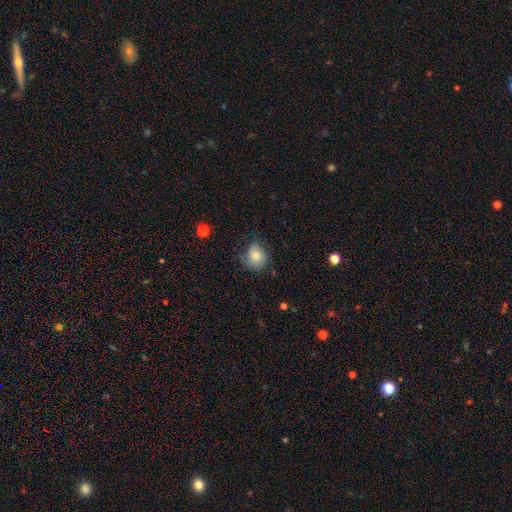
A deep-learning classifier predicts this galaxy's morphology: This is likely a smooth galaxy (71%). How rounded: likely round (63%). Merging: possibly none (54%).